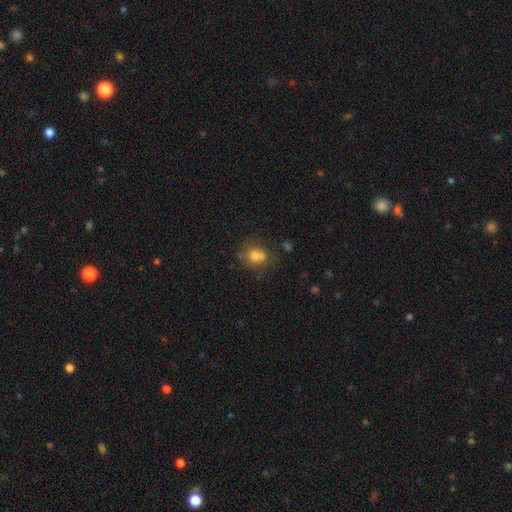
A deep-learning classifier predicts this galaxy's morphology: A smooth galaxy with no disk features (73%) that is round (68%). Merging: none (51%).